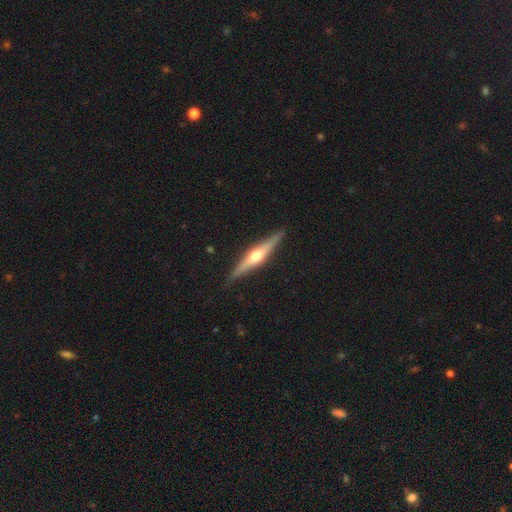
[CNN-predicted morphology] The model was most divided on "smooth or featured": featured or disk: 72%, smooth: 23%, star or artifact: 5%. More confident: edge-on disk — yes (97%); edge-on bulge — rounded (93%); merging — none (90%).